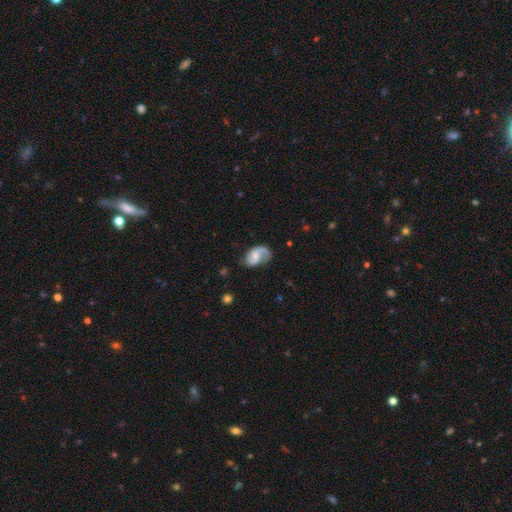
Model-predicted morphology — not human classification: Smooth or featured: featured or disk — 69% (smooth — 24%)
Edge-on disk: no — 97% (yes — 3%)
Bar: no — 51% (weak — 40%)
Spiral arms: yes — 91% (no — 9%)
Spiral winding: loose — 45% (medium — 39%)
Spiral arm count: 2 — 58% (1 — 33%)
Bulge size: small — 43% (moderate — 40%)
Merging: none — 54% (minor disturbance — 26%)